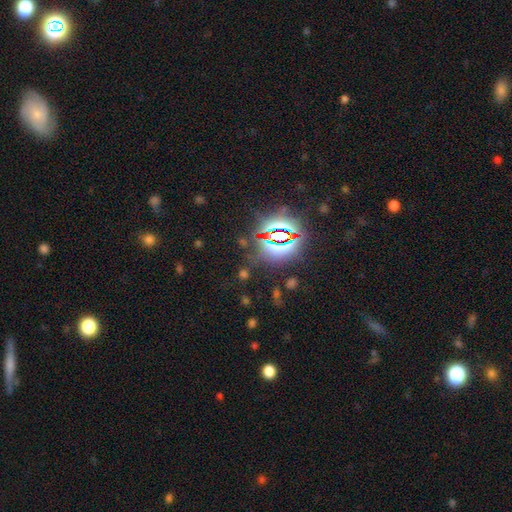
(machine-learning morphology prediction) Smooth or featured: star or artifact — 84% (smooth — 9%)